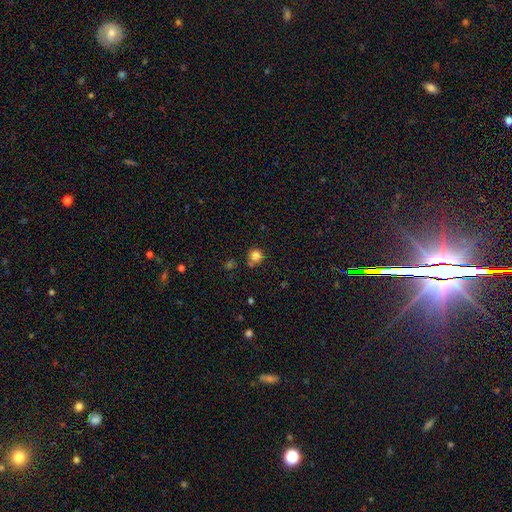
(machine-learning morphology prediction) smooth 82%, star or artifact 13%, featured or disk 6%. Down the decision tree: how rounded — round (90%); merging — none (69%).